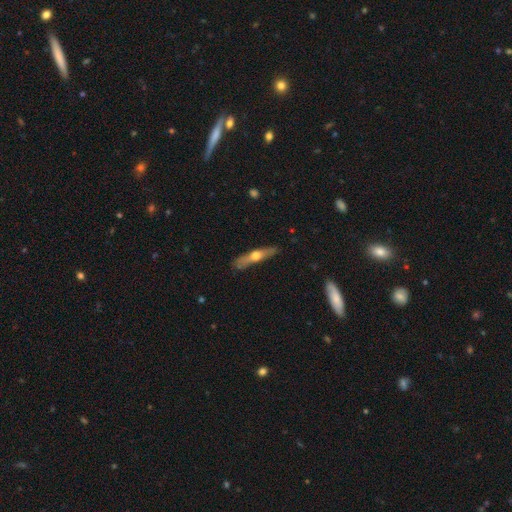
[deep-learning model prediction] Smooth or featured? Predicted: featured or disk (p=0.56). Edge-on disk? Predicted: yes (p=0.91). Edge-on bulge? Predicted: rounded (p=0.92). Merging? Predicted: none (p=0.83).